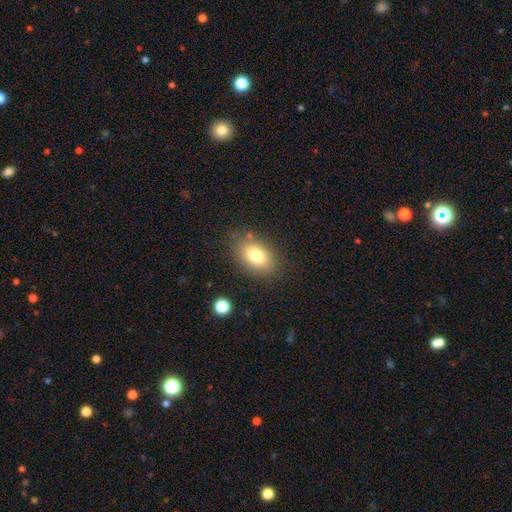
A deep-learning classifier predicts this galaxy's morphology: This appears to be a smooth galaxy with no disk features (79%) that is in between round and cigar-shaped (85%). Merging: none (79%).